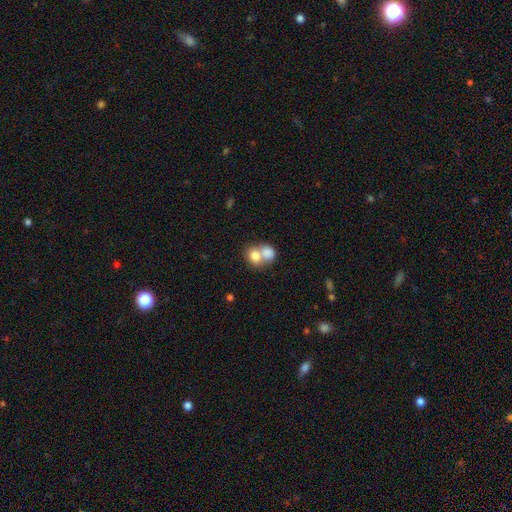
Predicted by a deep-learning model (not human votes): Smooth or featured: smooth — 77% (featured or disk — 14%)
How rounded: round — 55% (in between — 44%)
Merging: merger — 67% (none — 24%)